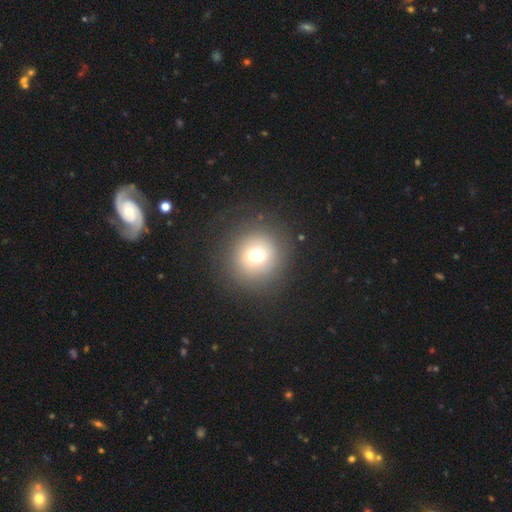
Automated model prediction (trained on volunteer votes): Smooth or featured: smooth — 68% (star or artifact — 18%)
How rounded: round — 94% (in between — 5%)
Merging: none — 85% (minor disturbance — 8%)